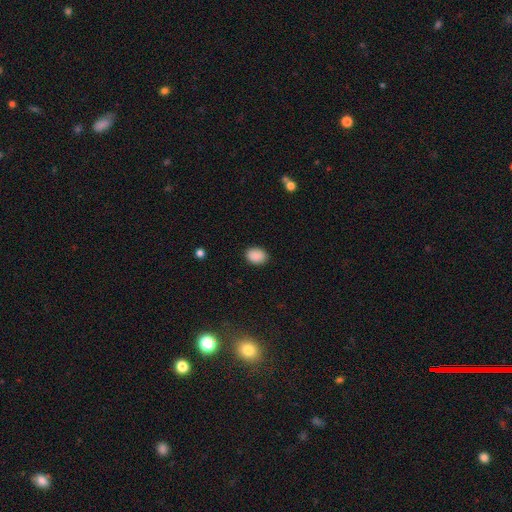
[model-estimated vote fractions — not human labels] This is clearly a smooth galaxy (89%). How rounded: likely in between (72%). Merging: clearly none (87%).